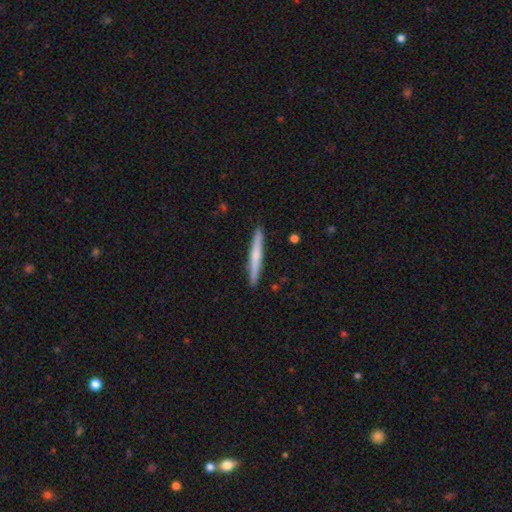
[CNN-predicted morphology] The model was most divided on "smooth or featured": smooth: 54%, featured or disk: 41%, star or artifact: 5%. More confident: how rounded — cigar-shaped (96%); merging — none (91%).